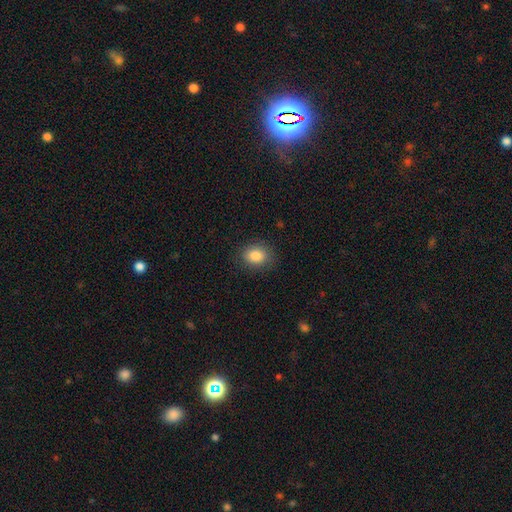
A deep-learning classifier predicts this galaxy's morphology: Q: Smooth or featured?
A: smooth (86%); runner-up: star or artifact (9%)
Q: How rounded?
A: in between (57%); runner-up: round (42%)
Q: Merging?
A: none (85%); runner-up: minor disturbance (11%)